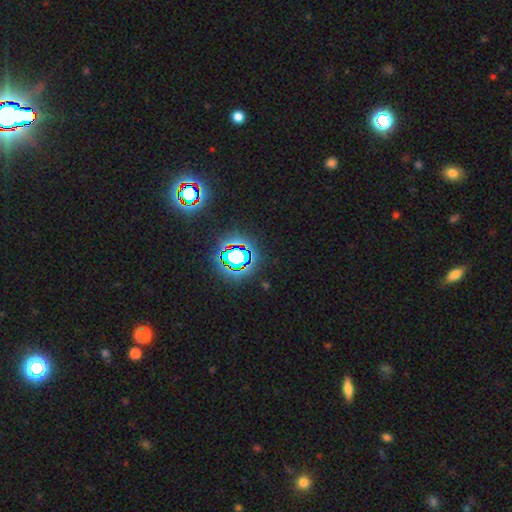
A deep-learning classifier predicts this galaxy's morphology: The model was most divided on "smooth or featured": star or artifact: 82%, smooth: 11%, featured or disk: 7%.